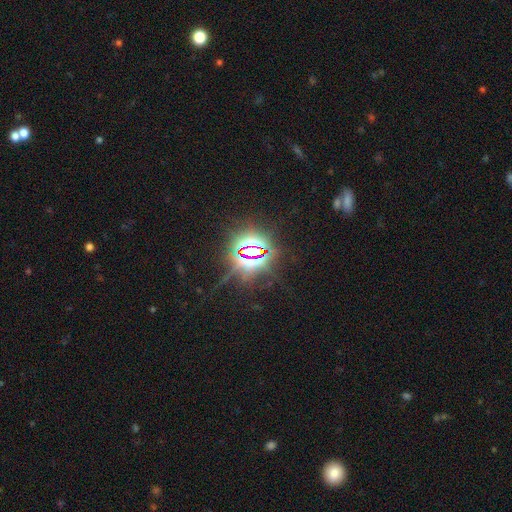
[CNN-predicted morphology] Overall: star or artifact (85%).